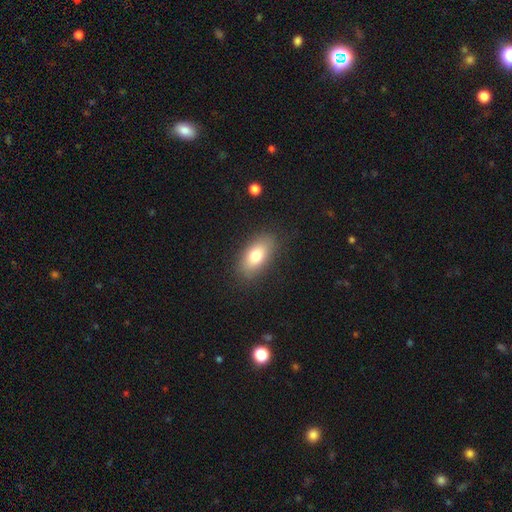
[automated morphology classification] Smooth or featured? smooth (77%)
How rounded? in between (89%)
Merging? none (85%)